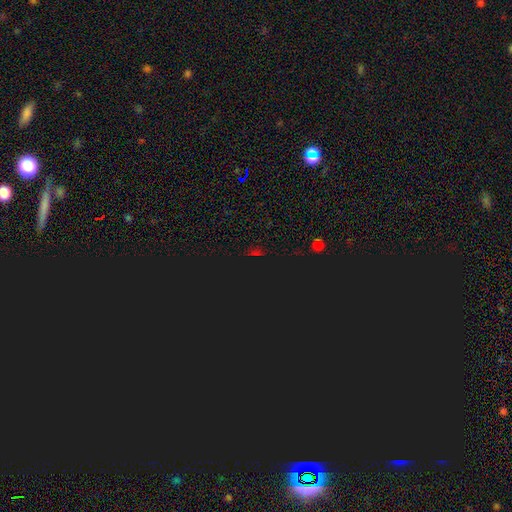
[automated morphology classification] smooth_or_featured: star or artifact (p=0.76) [alt: smooth p=0.16]